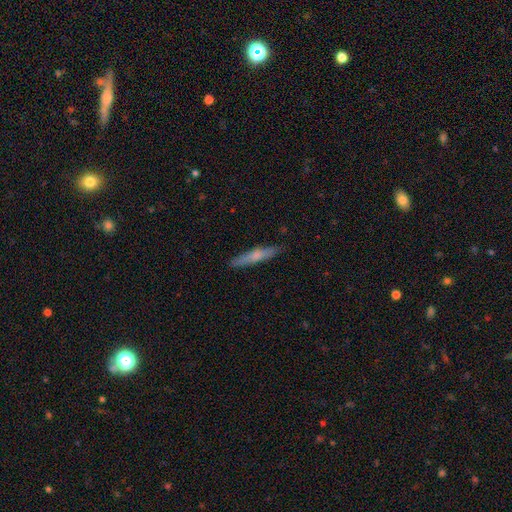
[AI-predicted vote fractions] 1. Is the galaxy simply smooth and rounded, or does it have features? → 57% smooth, 37% featured or disk, 6% star or artifact.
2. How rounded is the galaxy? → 92% cigar-shaped, 6% in between, 2% round.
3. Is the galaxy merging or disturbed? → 88% none, 9% minor disturbance, 2% major disturbance, 1% merger.